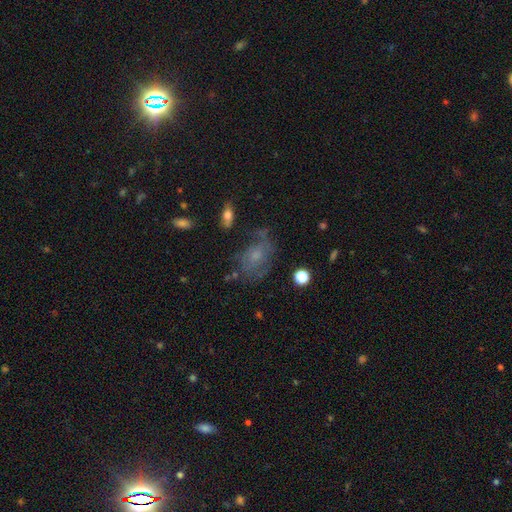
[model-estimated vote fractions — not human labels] smooth_or_featured: featured or disk (p=0.51) [alt: smooth p=0.33]
disk_edge_on: no (p=0.95) [alt: yes p=0.05]
merging: none (p=0.56) [alt: minor disturbance p=0.22]